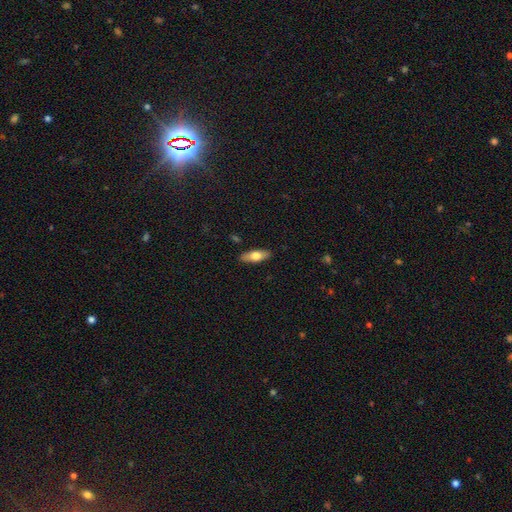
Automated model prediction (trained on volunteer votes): Smooth or featured?
  - smooth: 68% *
  - featured or disk: 27%
  - star or artifact: 6%
How rounded?
  - in between: 67% *
  - cigar-shaped: 30%
  - round: 3%
Merging?
  - none: 88% *
  - minor disturbance: 9%
  - major disturbance: 2%
  - merger: 1%